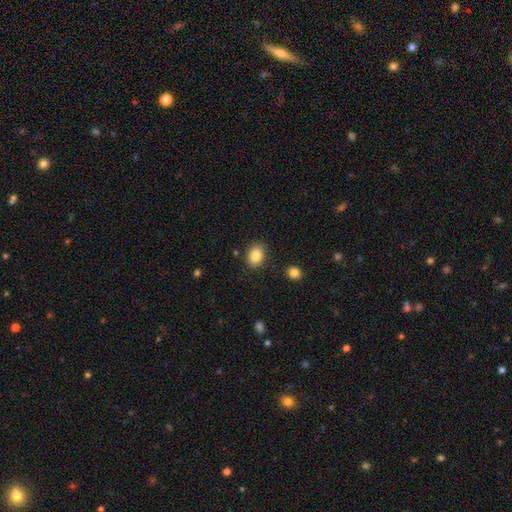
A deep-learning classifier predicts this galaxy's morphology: Smooth or featured?
  - smooth: 86% *
  - star or artifact: 8%
  - featured or disk: 6%
How rounded?
  - in between: 68% *
  - round: 31%
  - cigar-shaped: 1%
Merging?
  - none: 84% *
  - minor disturbance: 11%
  - major disturbance: 3%
  - merger: 2%